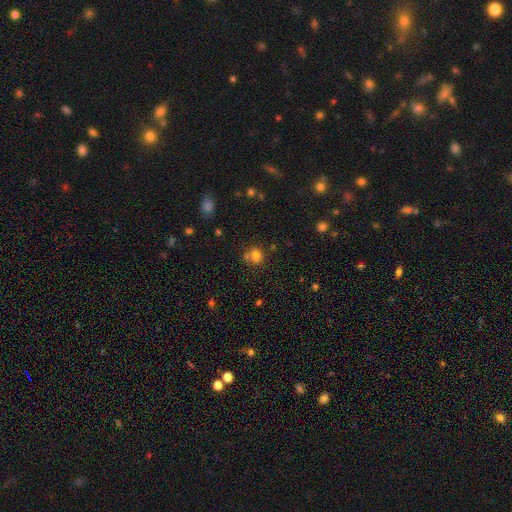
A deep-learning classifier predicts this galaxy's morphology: smooth-or-featured: smooth: 77% | star or artifact: 14% | featured or disk: 9%
  how-rounded: round: 73% | in between: 26% | cigar-shaped: 1%
  merging: none: 59% | merger: 22% | minor disturbance: 14% | major disturbance: 5%